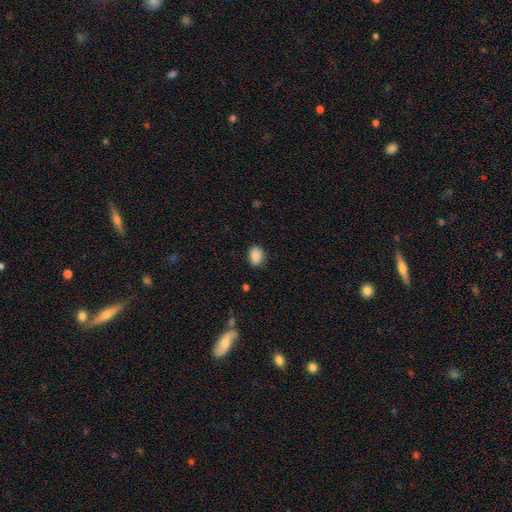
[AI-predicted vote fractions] Morphology: type=smooth (88%); roundness=in between (70%); merging=none (81%).